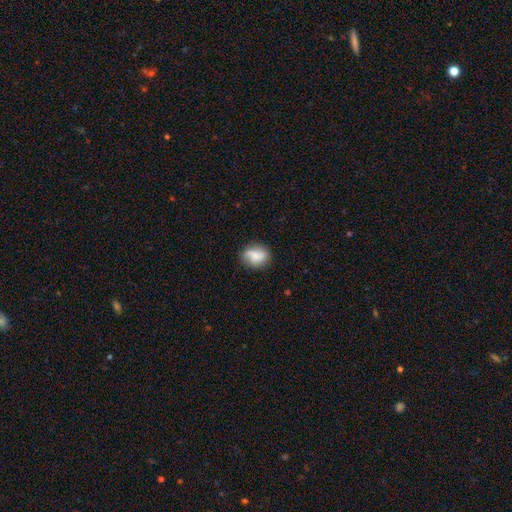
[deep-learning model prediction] Overall: smooth (66%). How rounded: in between (51%; round 47%). Merging: none (70%).